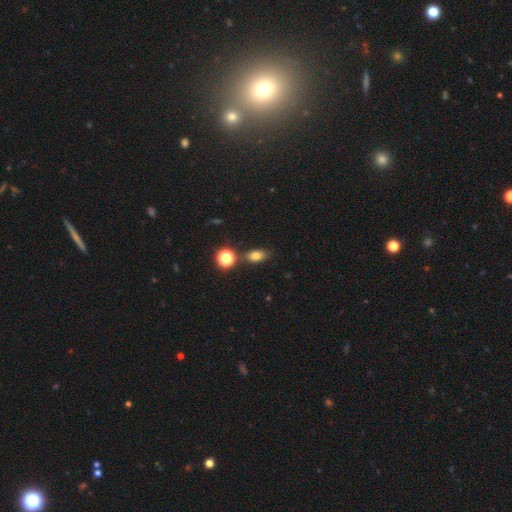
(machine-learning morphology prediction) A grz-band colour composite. It shows a smooth galaxy with no disk features (78%) that is in between round and cigar-shaped (76%). Merging: none (74%).